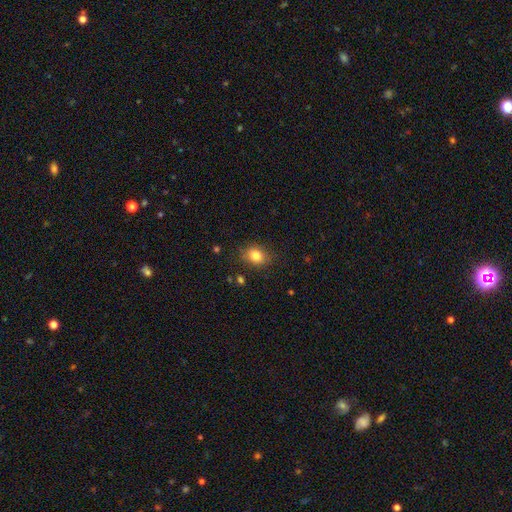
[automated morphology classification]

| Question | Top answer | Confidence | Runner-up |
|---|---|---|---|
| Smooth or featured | smooth | 83% | star or artifact (10%) |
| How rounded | in between | 56% | round (43%) |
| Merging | none | 83% | minor disturbance (12%) |